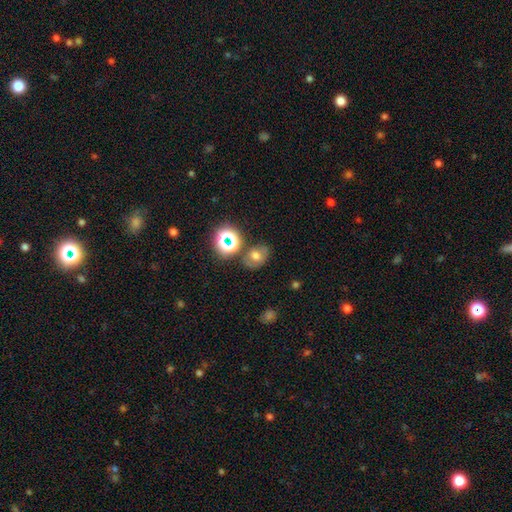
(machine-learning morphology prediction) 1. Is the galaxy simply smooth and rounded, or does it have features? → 58% smooth, 21% featured or disk, 21% star or artifact.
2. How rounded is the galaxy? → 60% in between, 39% round, 1% cigar-shaped.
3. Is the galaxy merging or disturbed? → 66% none, 17% minor disturbance, 11% merger, 6% major disturbance.